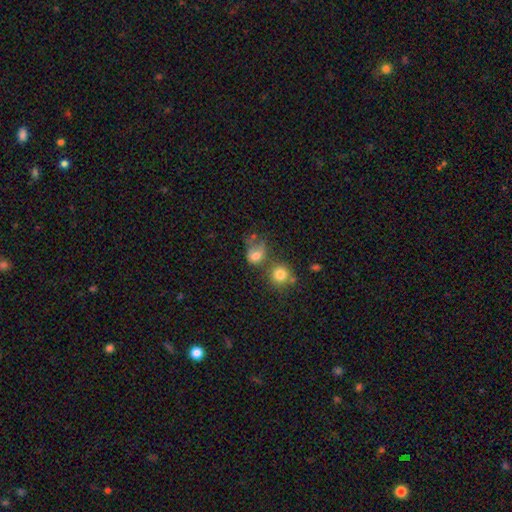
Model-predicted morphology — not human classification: A smooth galaxy with no disk features (68%) that is round (54%). Merging: none (31%).